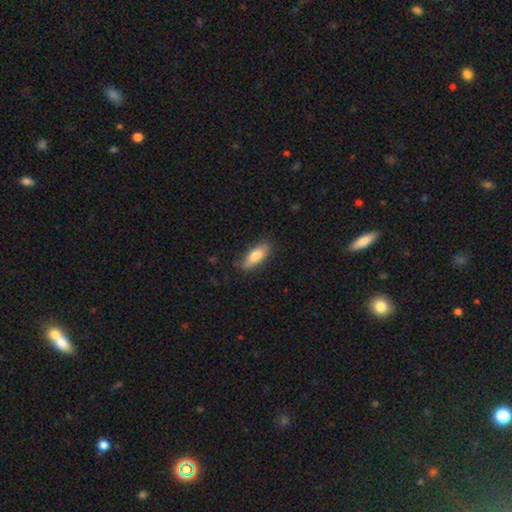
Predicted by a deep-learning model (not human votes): This appears to be a smooth galaxy with no disk features (79%) that is in between round and cigar-shaped (67%). Merging: none (80%).